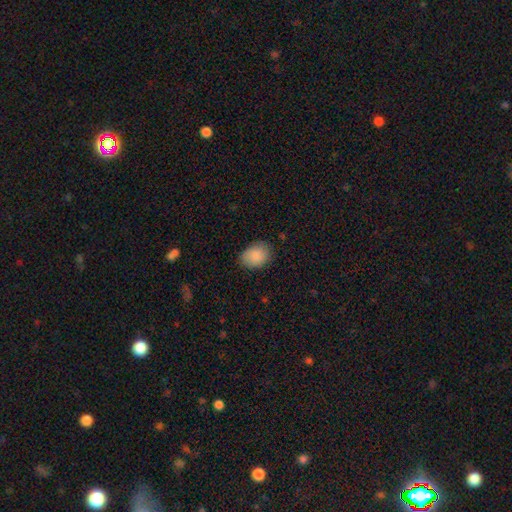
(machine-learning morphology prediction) smooth-or-featured: smooth: 88% | star or artifact: 7% | featured or disk: 5%
  how-rounded: in between: 72% | round: 27% | cigar-shaped: 1%
  merging: none: 80% | minor disturbance: 16% | major disturbance: 3% | merger: 1%